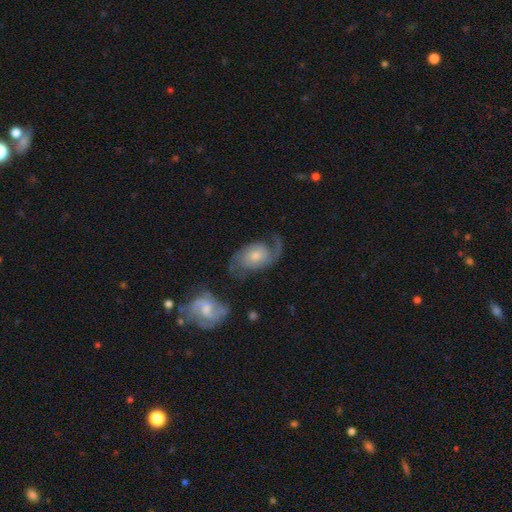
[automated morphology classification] Smooth or featured: featured or disk — 78% (smooth — 16%)
Edge-on disk: no — 97% (yes — 3%)
Bar: no — 65% (weak — 30%)
Spiral arms: yes — 94% (no — 6%)
Spiral winding: medium — 43% (loose — 33%)
Spiral arm count: 2 — 76% (1 — 14%)
Bulge size: moderate — 50% (small — 36%)
Merging: none — 54% (minor disturbance — 20%)